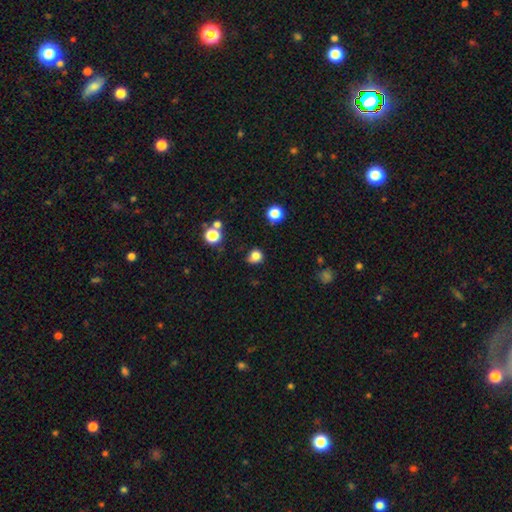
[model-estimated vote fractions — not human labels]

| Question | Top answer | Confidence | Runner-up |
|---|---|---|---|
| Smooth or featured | smooth | 81% | star or artifact (14%) |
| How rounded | round | 80% | in between (19%) |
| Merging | none | 69% | minor disturbance (22%) |